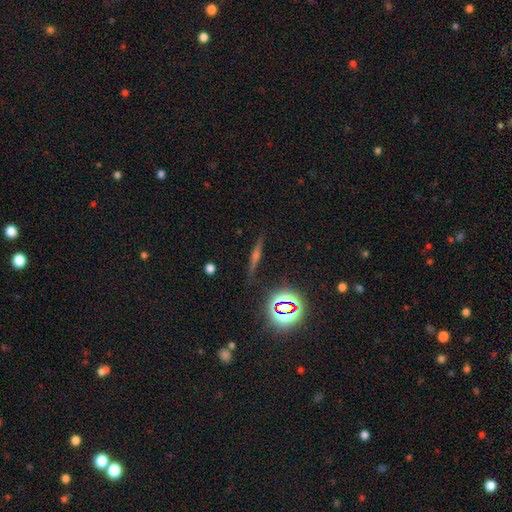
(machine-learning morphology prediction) featured or disk 52%, star or artifact 24%, smooth 24%. Down the decision tree: edge-on disk — yes (94%); merging — none (87%).